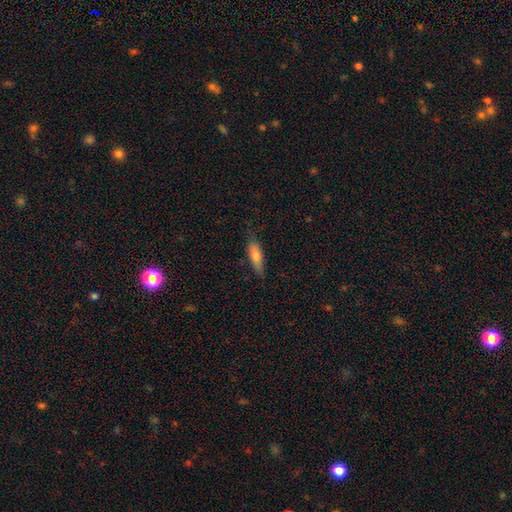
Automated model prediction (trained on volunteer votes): Smooth or featured?
  - smooth: 75% *
  - featured or disk: 18%
  - star or artifact: 6%
How rounded?
  - cigar-shaped: 55% *
  - in between: 43%
  - round: 2%
Merging?
  - none: 74% *
  - minor disturbance: 21%
  - major disturbance: 4%
  - merger: 1%